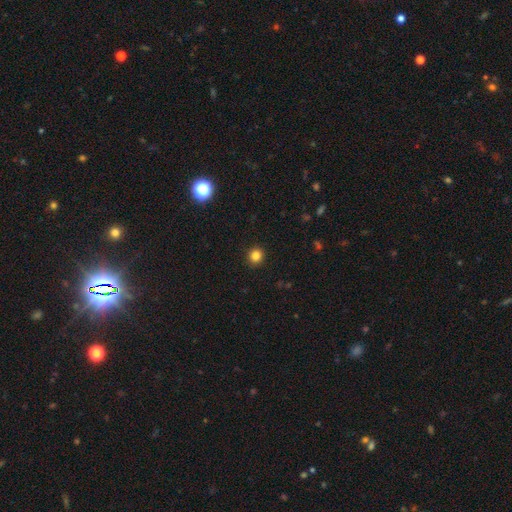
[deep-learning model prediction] A smooth galaxy with no disk features (84%) that is round (92%). Merging: none (93%).